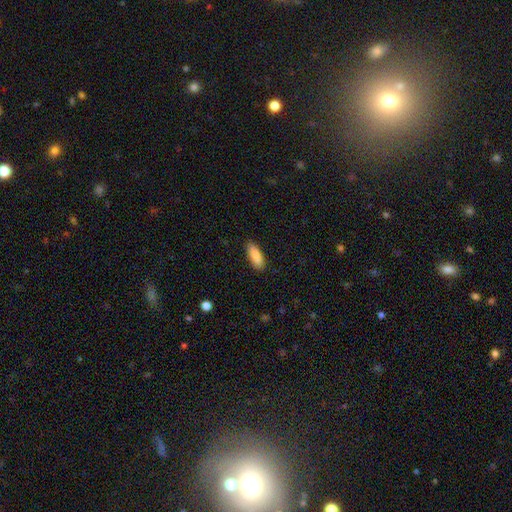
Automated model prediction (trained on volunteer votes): Overall: smooth (85%). How rounded: in between (69%). Merging: none (88%).